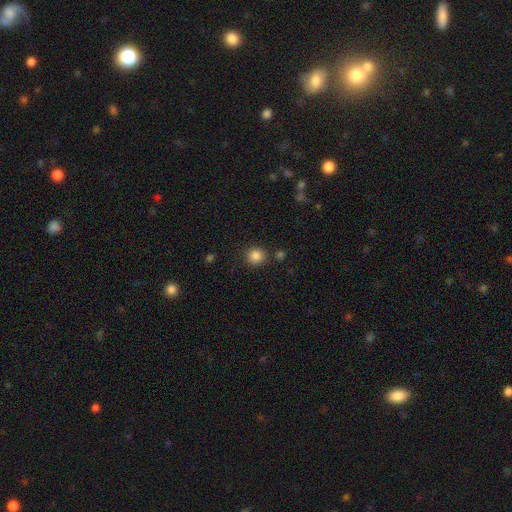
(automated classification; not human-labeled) smooth 85%, star or artifact 11%, featured or disk 4%. Down the decision tree: how rounded — round (92%); merging — none (86%).